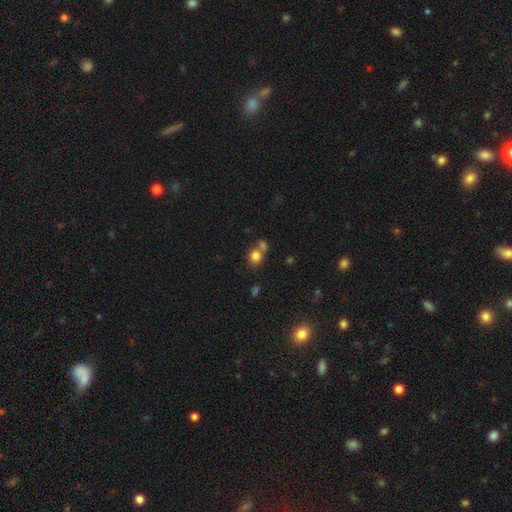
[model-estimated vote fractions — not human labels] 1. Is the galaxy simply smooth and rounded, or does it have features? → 81% smooth, 11% star or artifact, 8% featured or disk.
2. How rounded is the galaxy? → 71% round, 28% in between, 1% cigar-shaped.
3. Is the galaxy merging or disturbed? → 52% none, 32% merger, 11% minor disturbance, 5% major disturbance.